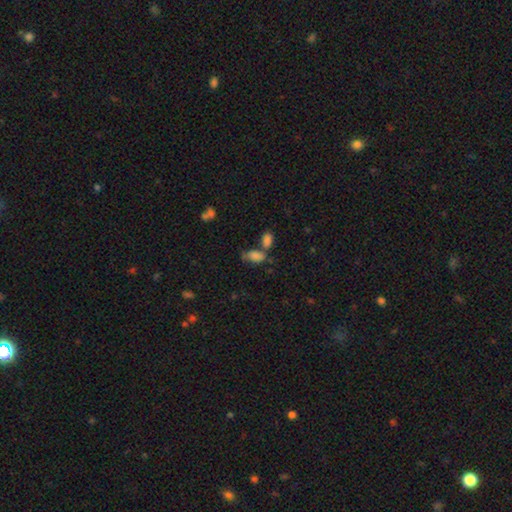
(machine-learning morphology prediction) A smooth galaxy with no disk features (79%) that is in between round and cigar-shaped (89%). Merging: merger (42%).